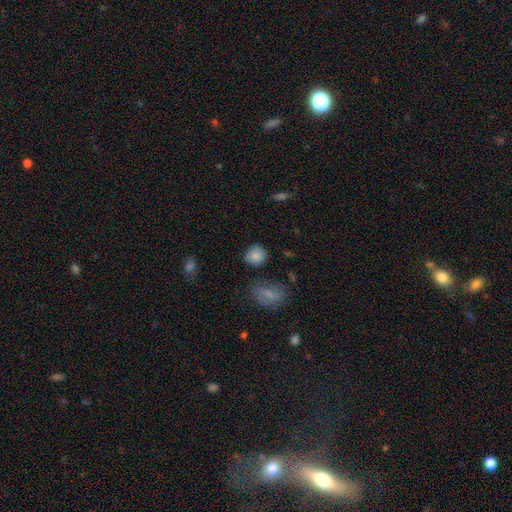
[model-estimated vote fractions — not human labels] Smooth or featured? smooth (84%)
How rounded? round (83%)
Merging? none (79%)